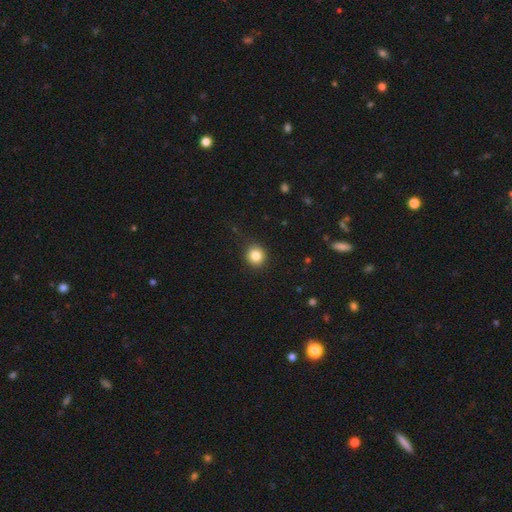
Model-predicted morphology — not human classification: The model was most divided on "smooth or featured": smooth: 84%, star or artifact: 10%, featured or disk: 6%. More confident: merging — none (89%); how rounded — round (88%).